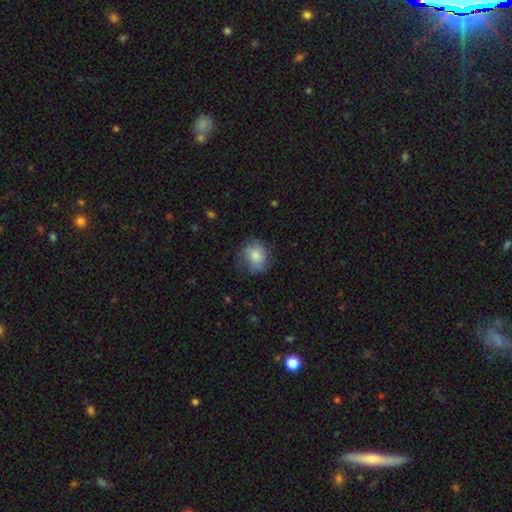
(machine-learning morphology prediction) A smooth galaxy with no disk features (69%) that is round (75%). Merging: none (66%).